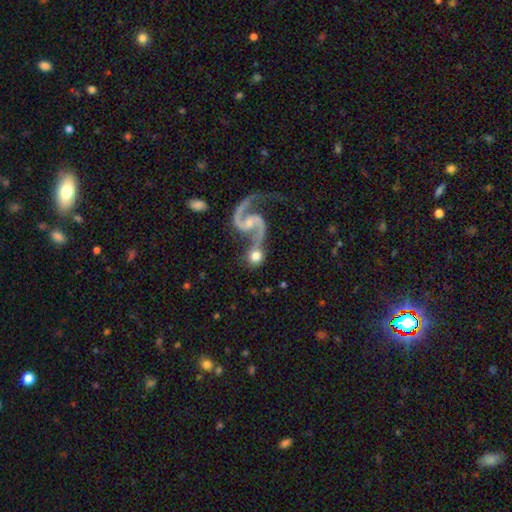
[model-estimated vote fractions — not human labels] smooth-or-featured: featured or disk: 48% | smooth: 45% | star or artifact: 8%
  merging: none: 50% | merger: 33% | minor disturbance: 10% | major disturbance: 6%